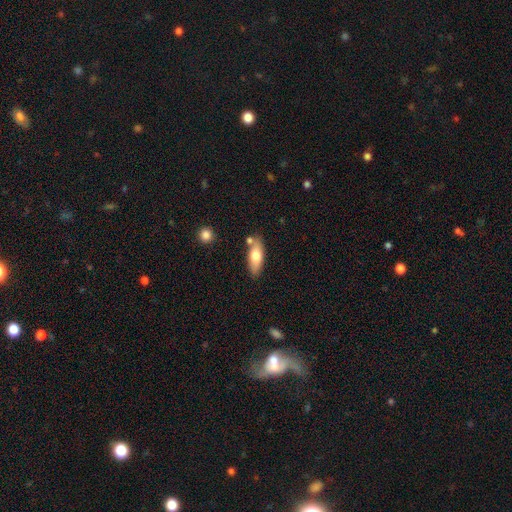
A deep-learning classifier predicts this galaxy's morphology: smooth-or-featured: smooth: 68% | featured or disk: 26% | star or artifact: 6%
  how-rounded: in between: 71% | cigar-shaped: 26% | round: 3%
  merging: none: 73% | minor disturbance: 14% | merger: 9% | major disturbance: 3%